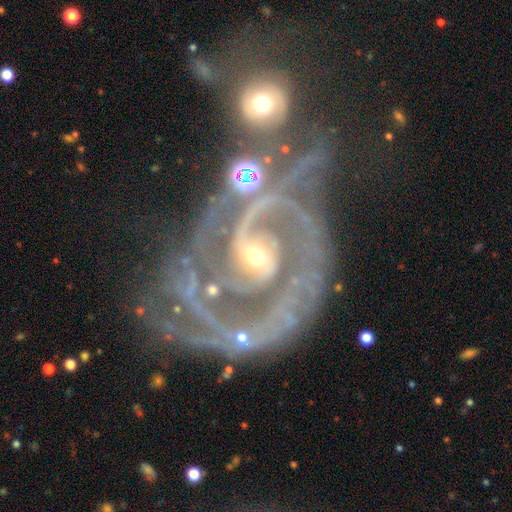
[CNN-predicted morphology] The model was most divided on "spiral arm count": 2: 36%, can't tell: 27%, 1: 12%, 3: 12%, 4: 6%, more than 4: 6%. Remaining: edge-on disk — no (97%); spiral arms — yes (86%); smooth or featured — featured or disk (84%); bulge size — small (54%); bar — no (53%); spiral winding — tight (49%); merging — merger (38%).